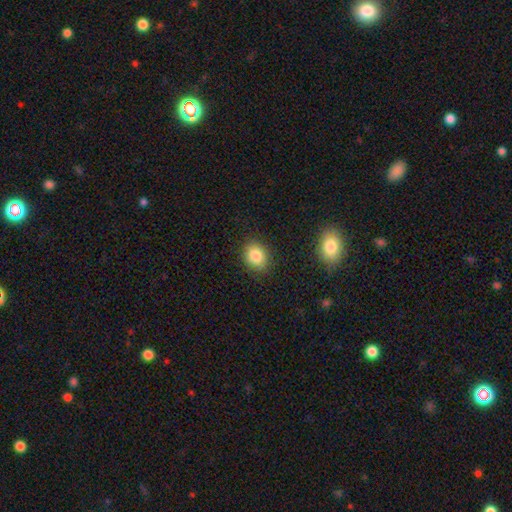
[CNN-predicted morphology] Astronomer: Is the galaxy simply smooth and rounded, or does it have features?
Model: smooth — 84%.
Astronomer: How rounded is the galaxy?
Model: in between — 53% (runner-up: round, 46%).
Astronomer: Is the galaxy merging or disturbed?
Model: none — 87%.